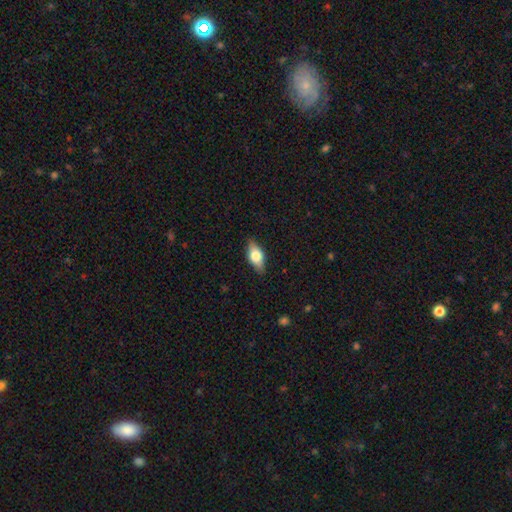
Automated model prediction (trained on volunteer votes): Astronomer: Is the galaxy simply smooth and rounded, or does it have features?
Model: smooth — 59% (runner-up: featured or disk, 34%).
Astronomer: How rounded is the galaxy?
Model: in between — 82%.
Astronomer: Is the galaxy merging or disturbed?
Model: none — 85%.